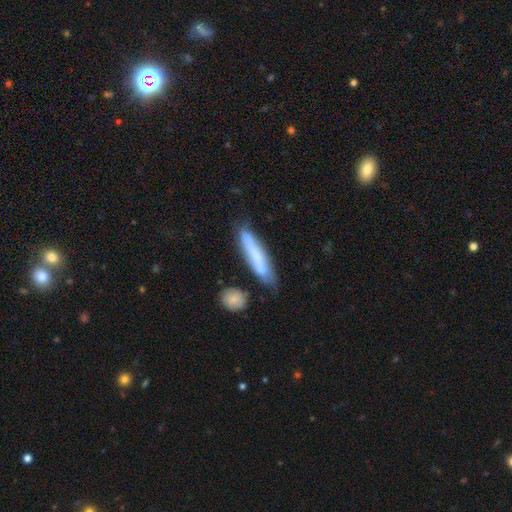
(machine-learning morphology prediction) smooth-or-featured: smooth: 63% | featured or disk: 30% | star or artifact: 7%
  how-rounded: cigar-shaped: 87% | in between: 11% | round: 2%
  merging: none: 64% | minor disturbance: 22% | merger: 8% | major disturbance: 6%